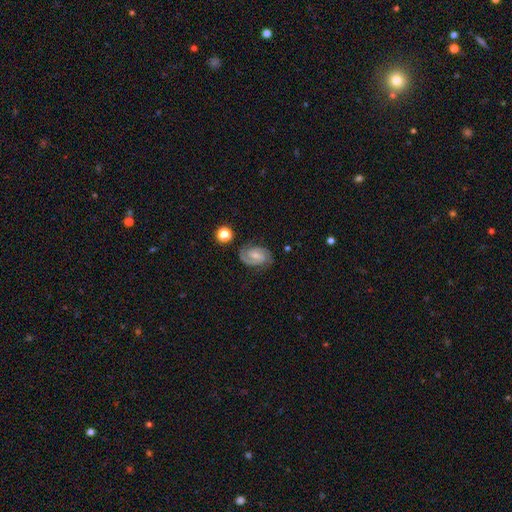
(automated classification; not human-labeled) Smooth or featured? Predicted: featured or disk (p=0.86). Edge-on disk? Predicted: no (p=0.98). Bar? Predicted: weak (p=0.49). Spiral arms? Predicted: yes (p=0.98). Spiral winding? Predicted: tight (p=0.49). Spiral arm count? Predicted: 2 (p=0.90). Bulge size? Predicted: small (p=0.55). Merging? Predicted: none (p=0.82).